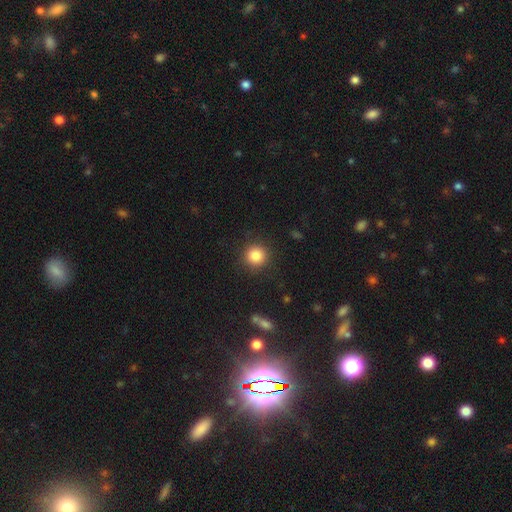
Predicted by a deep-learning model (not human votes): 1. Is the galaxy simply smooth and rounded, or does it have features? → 85% smooth, 10% star or artifact, 5% featured or disk.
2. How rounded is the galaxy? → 93% round, 6% in between, 1% cigar-shaped.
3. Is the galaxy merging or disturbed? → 89% none, 7% minor disturbance, 3% major disturbance, 1% merger.